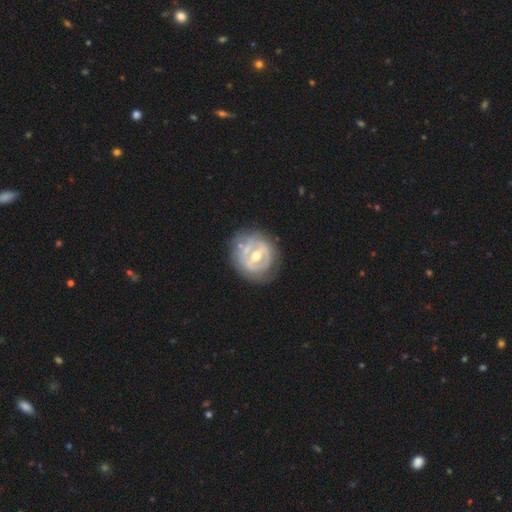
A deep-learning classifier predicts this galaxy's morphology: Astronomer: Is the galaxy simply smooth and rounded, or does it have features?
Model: featured or disk — 74%.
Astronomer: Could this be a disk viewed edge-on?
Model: no — 95%.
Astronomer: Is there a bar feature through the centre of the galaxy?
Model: strong — 43% (runner-up: weak, 37%).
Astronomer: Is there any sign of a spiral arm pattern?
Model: no — 59% (runner-up: yes, 41%).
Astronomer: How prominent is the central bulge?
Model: moderate — 72%.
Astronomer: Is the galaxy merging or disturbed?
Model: none — 72%.